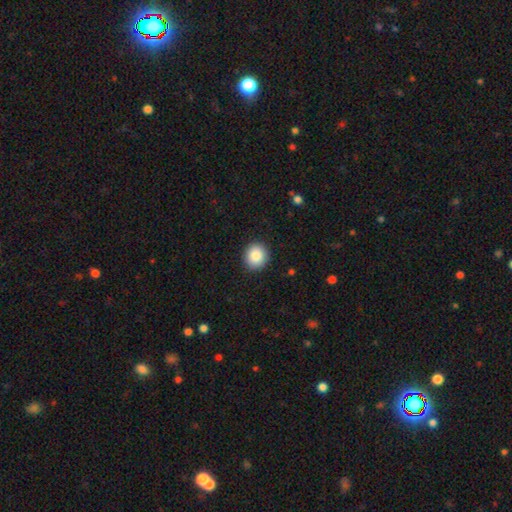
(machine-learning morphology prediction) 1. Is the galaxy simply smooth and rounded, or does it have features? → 86% smooth, 8% star or artifact, 6% featured or disk.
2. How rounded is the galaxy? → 84% round, 15% in between, 1% cigar-shaped.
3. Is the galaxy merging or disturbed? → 91% none, 6% minor disturbance, 2% major disturbance, 1% merger.